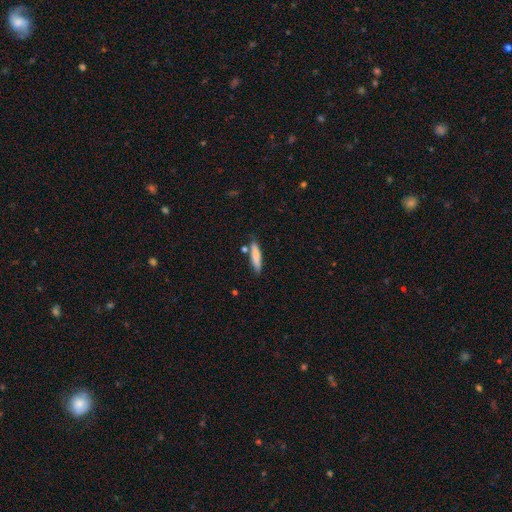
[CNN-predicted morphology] A smooth galaxy with no disk features (80%) that is cigar-shaped (81%). Merging: none (77%).